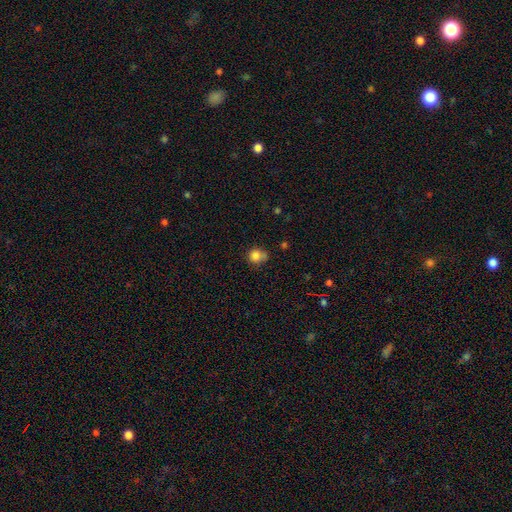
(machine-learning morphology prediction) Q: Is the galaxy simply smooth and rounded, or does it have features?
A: smooth — 82%.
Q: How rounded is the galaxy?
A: round — 77%.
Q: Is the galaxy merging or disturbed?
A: none — 54%.